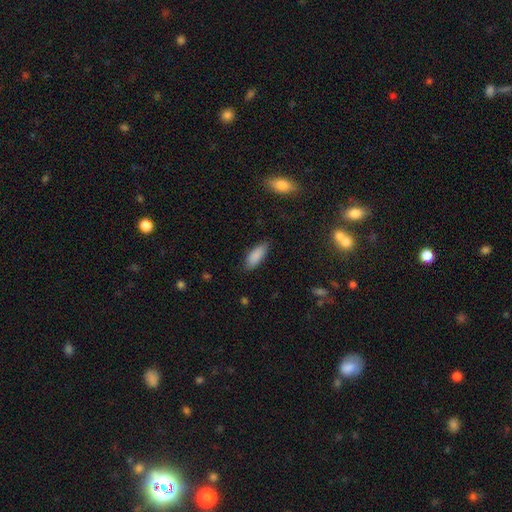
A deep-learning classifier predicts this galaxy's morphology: Smooth or featured? smooth (87%)
How rounded? in between (76%)
Merging? none (81%)